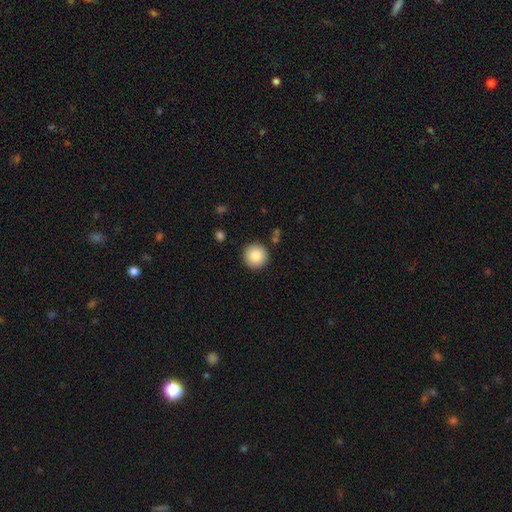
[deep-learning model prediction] A smooth galaxy with no disk features (85%) that is round (96%). Merging: none (90%).